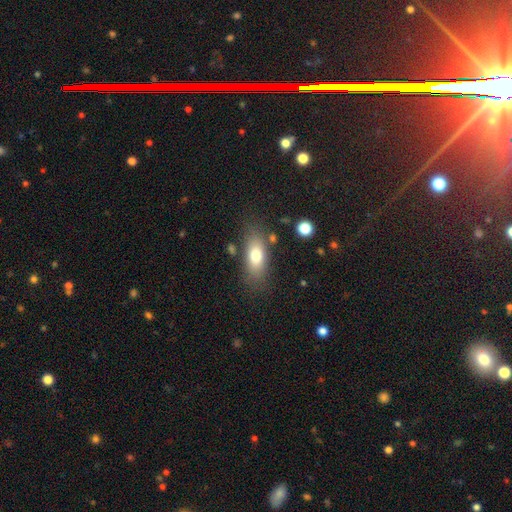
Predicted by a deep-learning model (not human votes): Q: Smooth or featured?
A: smooth (74%); runner-up: featured or disk (17%)
Q: How rounded?
A: in between (80%); runner-up: cigar-shaped (14%)
Q: Merging?
A: none (77%); runner-up: minor disturbance (14%)